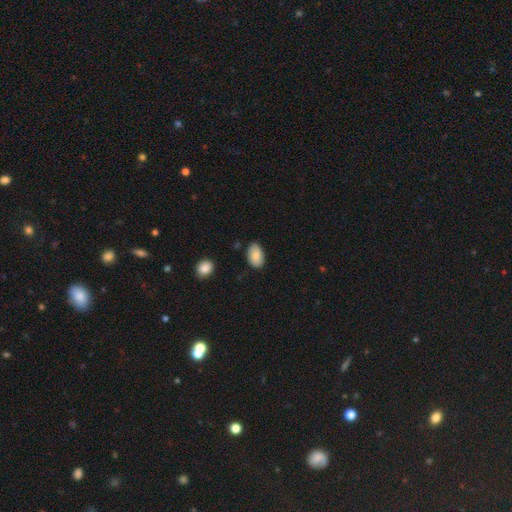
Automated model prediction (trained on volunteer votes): Smooth or featured? smooth (84%)
How rounded? in between (92%)
Merging? none (79%)